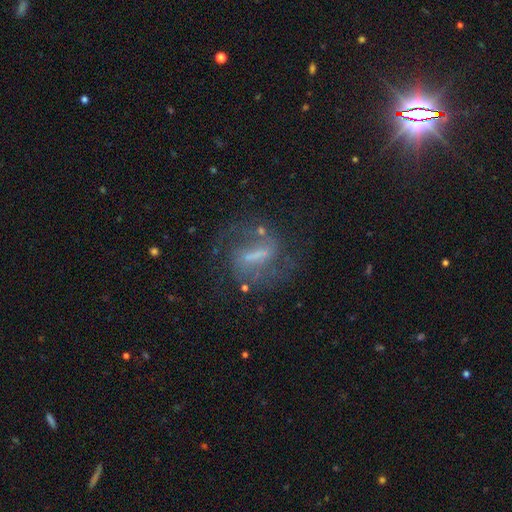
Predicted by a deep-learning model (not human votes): A featured or disk galaxy (75%) with a strong bar (59%), 2 (81%) medium (50%) spiral arms (85%) and no central bulge (38%).

Vote fractions:
- Smooth or featured? featured or disk: 75% / smooth: 14% / star or artifact: 11%
- Edge-on disk? no: 93% / yes: 7%
- Bar? strong: 59% / weak: 31% / no: 10%
- Spiral arms? yes: 85% / no: 15%
- Spiral winding? medium: 50% / loose: 29% / tight: 22%
- Spiral arm count? 2: 81% / can't tell: 10% / 1: 4% / 3: 2% / 4: 1% / more than 4: 1%
- Bulge size? none: 38% / small: 33% / moderate: 22% / large: 6% / dominant: 2%
- Merging? none: 65% / minor disturbance: 16% / major disturbance: 15% / merger: 4%